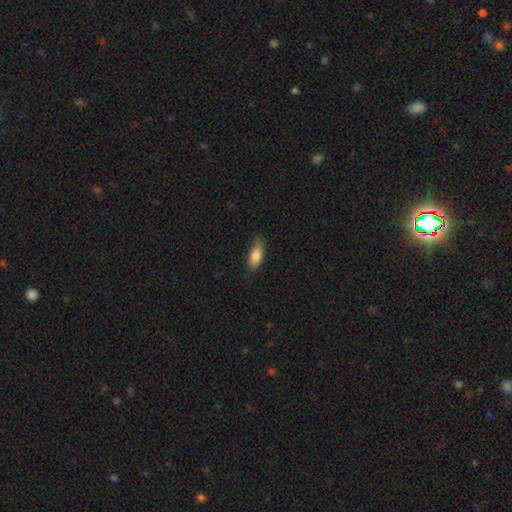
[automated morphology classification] Smooth or featured?
  - smooth: 84% *
  - featured or disk: 9%
  - star or artifact: 7%
How rounded?
  - in between: 79% *
  - cigar-shaped: 18%
  - round: 2%
Merging?
  - none: 74% *
  - minor disturbance: 21%
  - major disturbance: 4%
  - merger: 1%